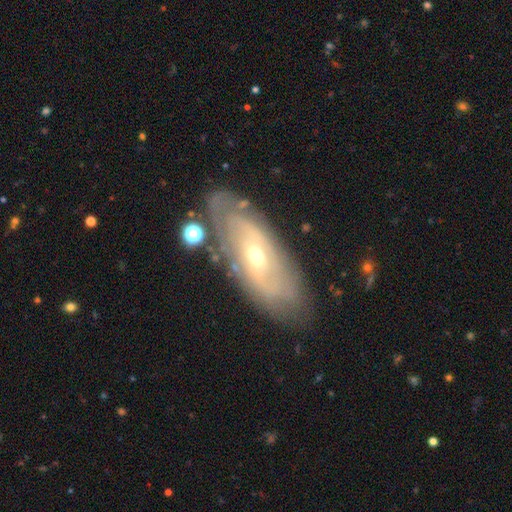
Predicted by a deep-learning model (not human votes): featured or disk 76%, smooth 17%, star or artifact 7%. Down the decision tree: edge-on disk — no (87%); bar — no (43%); spiral arms — yes (80%); spiral arm count — can't tell (47%); spiral winding — tight (56%); bulge size — small (52%); merging — none (77%).